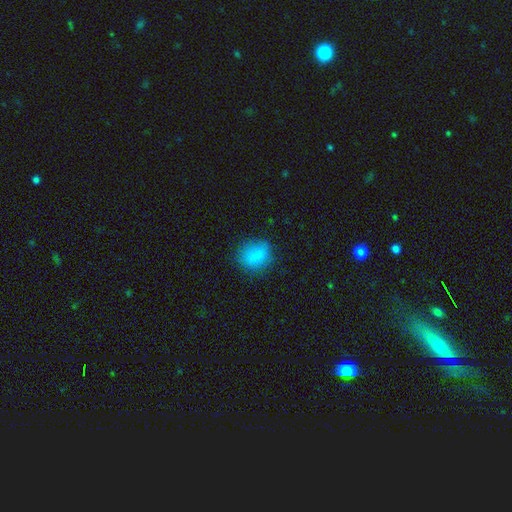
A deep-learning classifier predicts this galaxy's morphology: Q: Smooth or featured?
A: smooth (85%); runner-up: star or artifact (10%)
Q: How rounded?
A: round (61%); runner-up: in between (38%)
Q: Merging?
A: none (77%); runner-up: minor disturbance (17%)